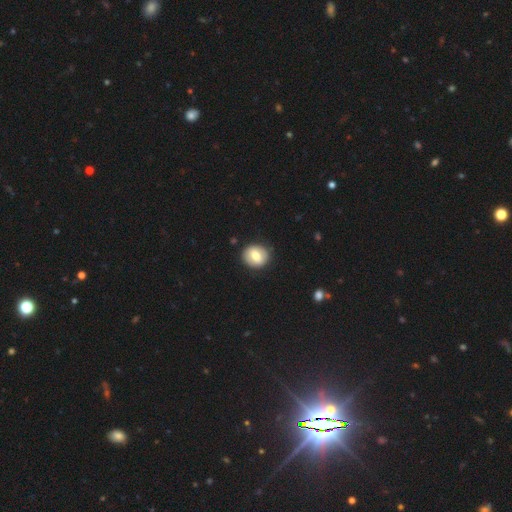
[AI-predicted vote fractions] This is likely a smooth galaxy (65%). How rounded: likely round (75%). Merging: clearly none (86%).